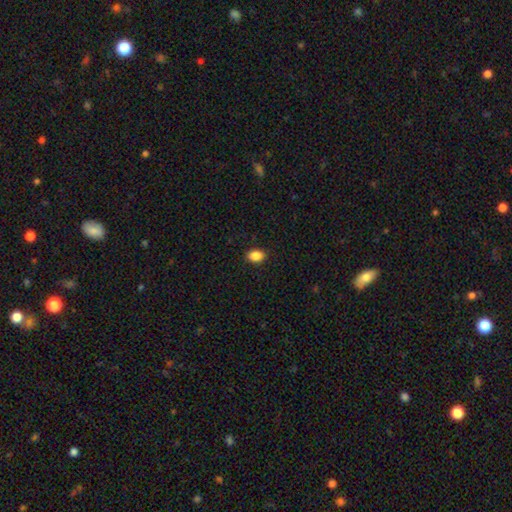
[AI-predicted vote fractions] This appears to be a smooth galaxy with no disk features (88%) that is in between round and cigar-shaped (77%). Merging: none (89%).